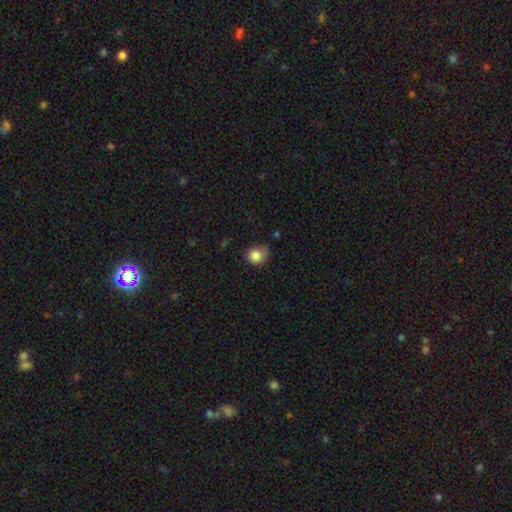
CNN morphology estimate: A smooth galaxy with no disk features (84%) that is round (78%).

Vote fractions:
- Smooth or featured? smooth: 84% / star or artifact: 10% / featured or disk: 6%
- How rounded? round: 78% / in between: 21% / cigar-shaped: 1%
- Merging? none: 64% / minor disturbance: 29% / major disturbance: 5% / merger: 2%